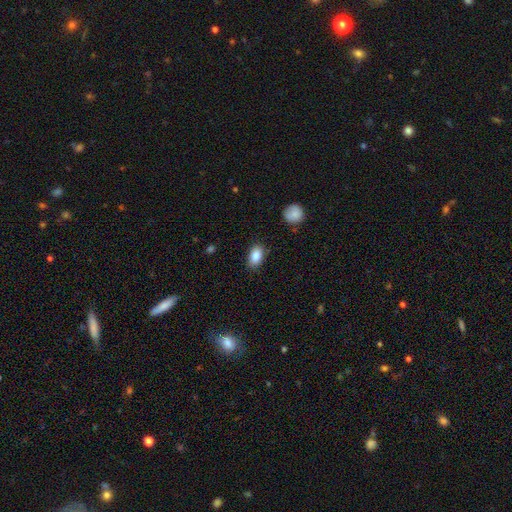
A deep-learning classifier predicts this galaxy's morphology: Smooth or featured: smooth — 87% (star or artifact — 7%)
How rounded: in between — 90% (round — 8%)
Merging: none — 85% (minor disturbance — 11%)